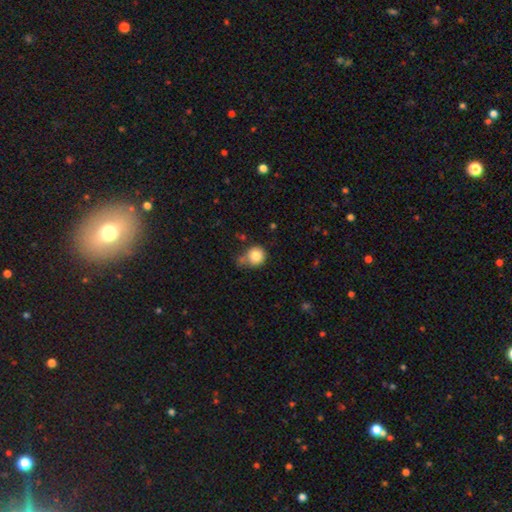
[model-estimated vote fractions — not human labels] smooth-or-featured: smooth: 83% | star or artifact: 10% | featured or disk: 7%
  how-rounded: round: 88% | in between: 11% | cigar-shaped: 1%
  merging: none: 61% | minor disturbance: 21% | merger: 11% | major disturbance: 7%